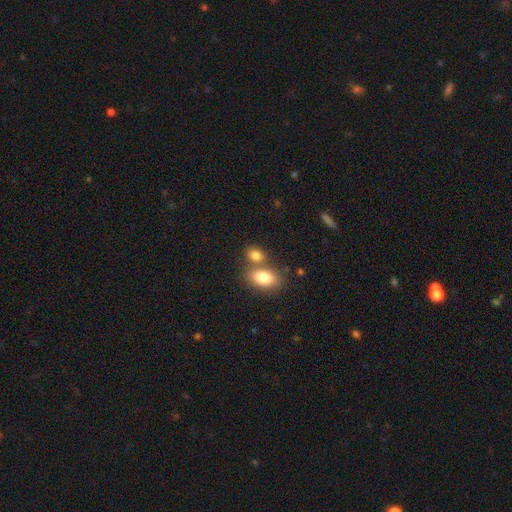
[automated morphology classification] smooth-or-featured: smooth: 83% | star or artifact: 9% | featured or disk: 9%
  how-rounded: in between: 75% | round: 23% | cigar-shaped: 2%
  merging: none: 45% | merger: 42% | minor disturbance: 9% | major disturbance: 3%